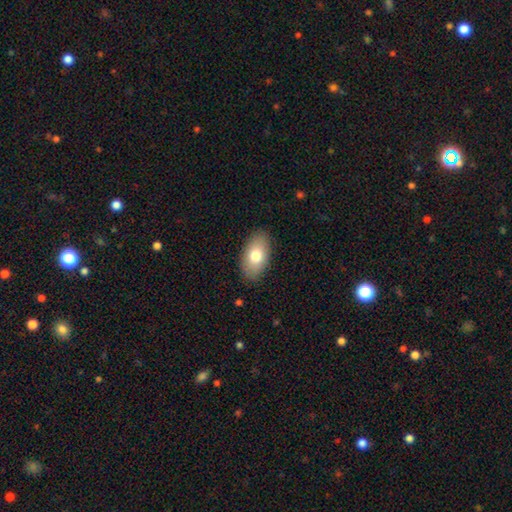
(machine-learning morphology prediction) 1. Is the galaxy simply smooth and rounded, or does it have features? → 76% smooth, 17% featured or disk, 7% star or artifact.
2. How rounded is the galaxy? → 94% in between, 4% round, 2% cigar-shaped.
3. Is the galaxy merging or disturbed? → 86% none, 10% minor disturbance, 2% major disturbance, 1% merger.